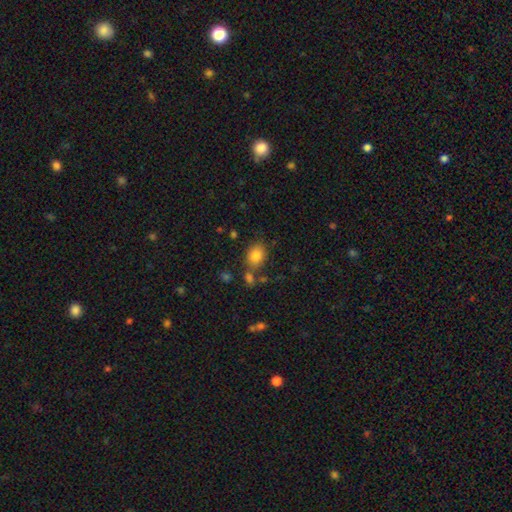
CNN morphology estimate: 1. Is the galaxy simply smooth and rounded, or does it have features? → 83% smooth, 10% star or artifact, 7% featured or disk.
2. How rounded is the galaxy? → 50% round, 49% in between, 1% cigar-shaped.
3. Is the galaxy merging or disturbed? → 69% none, 14% minor disturbance, 12% merger, 5% major disturbance.